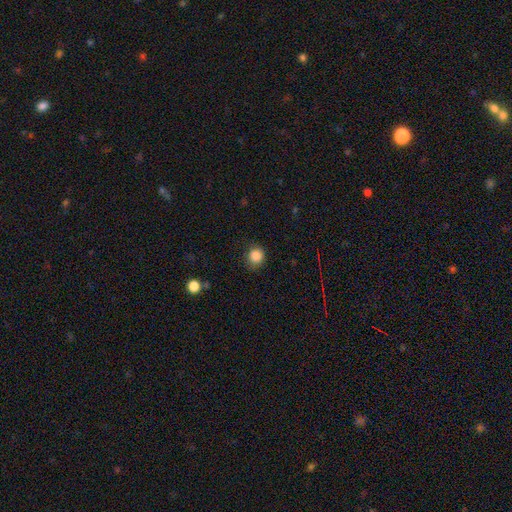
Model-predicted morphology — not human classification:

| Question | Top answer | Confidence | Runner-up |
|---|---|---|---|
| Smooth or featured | smooth | 85% | star or artifact (11%) |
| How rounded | round | 86% | in between (13%) |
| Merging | none | 80% | minor disturbance (16%) |